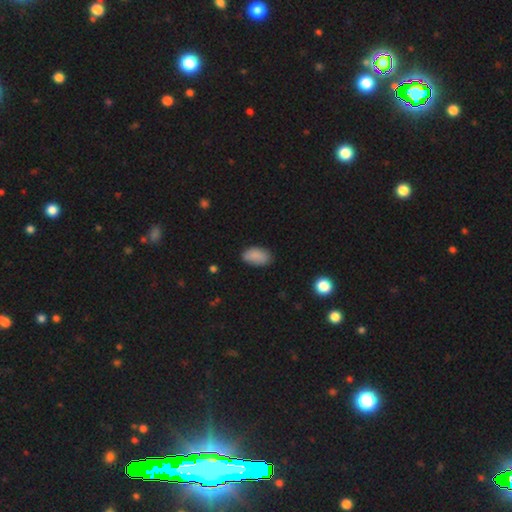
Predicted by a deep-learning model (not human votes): Overall: smooth (88%). How rounded: in between (94%). Merging: none (82%).